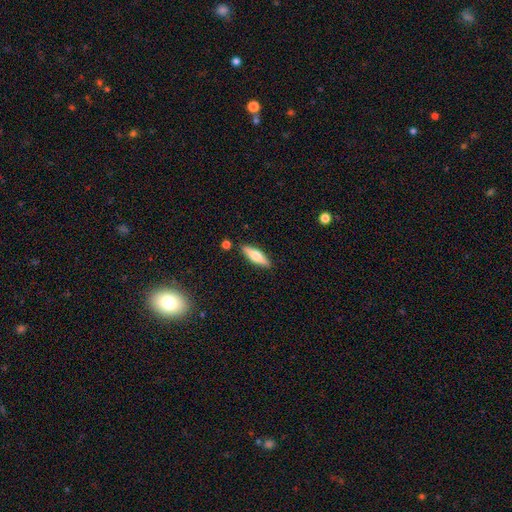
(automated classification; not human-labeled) Smooth or featured?
  - smooth: 56% *
  - featured or disk: 38%
  - star or artifact: 6%
How rounded?
  - cigar-shaped: 58% *
  - in between: 40%
  - round: 2%
Merging?
  - none: 86% *
  - minor disturbance: 9%
  - merger: 3%
  - major disturbance: 2%